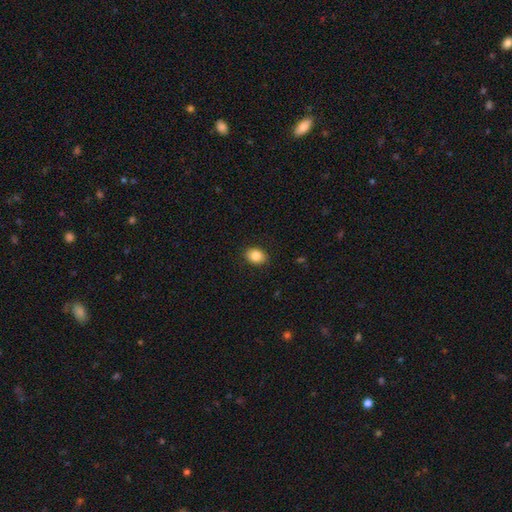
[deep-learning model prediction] Overall: smooth (85%). How rounded: in between (62%; round 37%). Merging: none (88%).